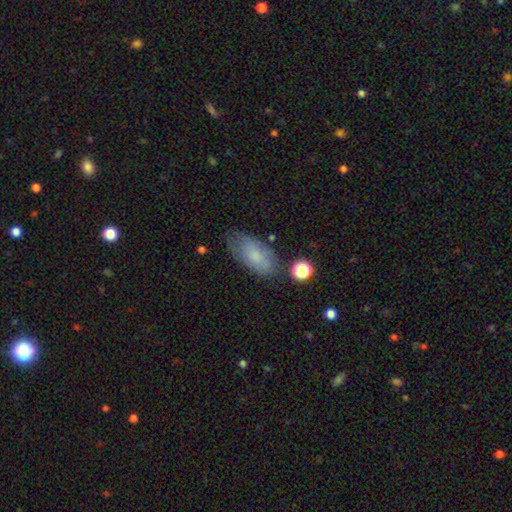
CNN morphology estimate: The model was most divided on "merging": none: 66%, minor disturbance: 23%, major disturbance: 7%, merger: 4%. More confident: how rounded — in between (90%); smooth or featured — smooth (76%).